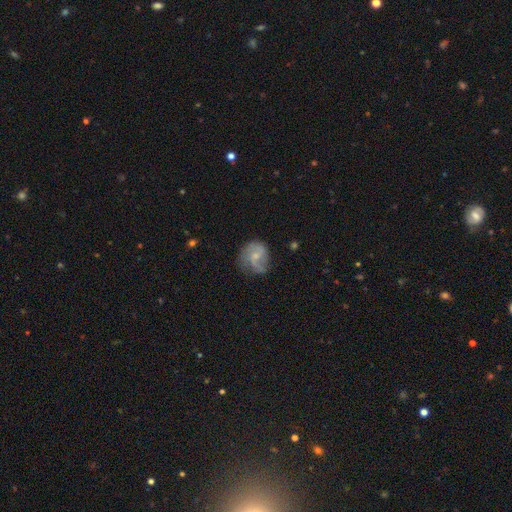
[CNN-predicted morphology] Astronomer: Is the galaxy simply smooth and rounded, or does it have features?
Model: featured or disk — 59%.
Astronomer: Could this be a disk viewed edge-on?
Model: no — 98%.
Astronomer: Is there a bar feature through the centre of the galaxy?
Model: no — 53% (runner-up: weak, 40%).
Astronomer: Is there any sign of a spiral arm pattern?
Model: yes — 83%.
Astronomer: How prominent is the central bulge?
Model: small — 55% (runner-up: moderate, 32%).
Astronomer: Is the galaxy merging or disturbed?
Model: none — 49% (runner-up: minor disturbance, 30%).